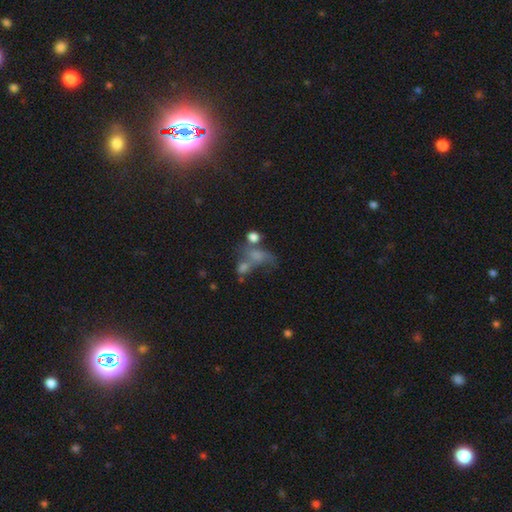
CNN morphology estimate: smooth 54%, featured or disk 27%, star or artifact 19%. Down the decision tree: how rounded — in between (67%); merging — merger (43%).